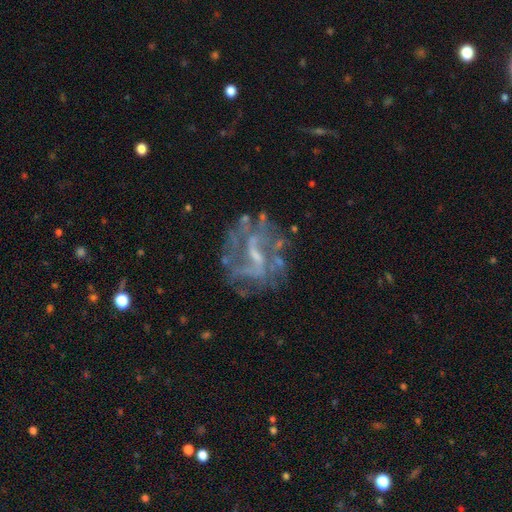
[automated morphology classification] Smooth or featured? Predicted: featured or disk (p=0.78). Edge-on disk? Predicted: no (p=0.97). Bar? Predicted: weak (p=0.49). Spiral arms? Predicted: yes (p=0.66). Bulge size? Predicted: small (p=0.47). Merging? Predicted: none (p=0.60).